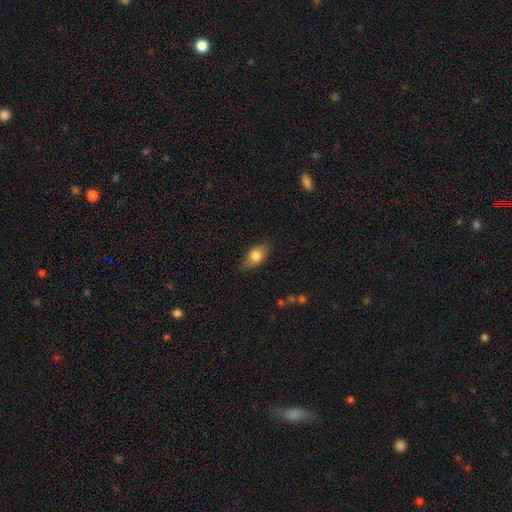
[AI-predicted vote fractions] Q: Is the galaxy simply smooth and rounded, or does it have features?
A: smooth — 79%.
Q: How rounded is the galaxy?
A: in between — 85%.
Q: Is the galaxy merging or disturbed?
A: none — 77%.